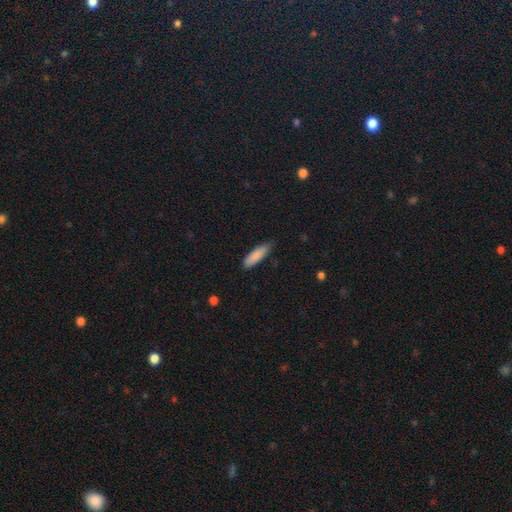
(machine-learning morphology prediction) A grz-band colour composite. It shows a smooth galaxy with no disk features (86%) that is cigar-shaped (61%). Merging: none (81%).